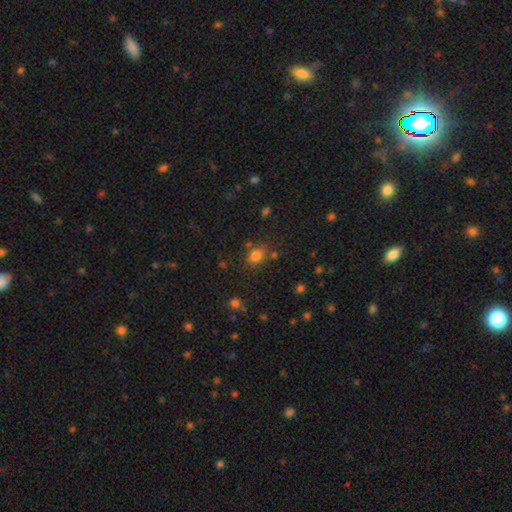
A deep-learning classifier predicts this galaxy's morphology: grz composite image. It shows a smooth galaxy with no disk features (78%) that is round (59%). Merging: none (73%).